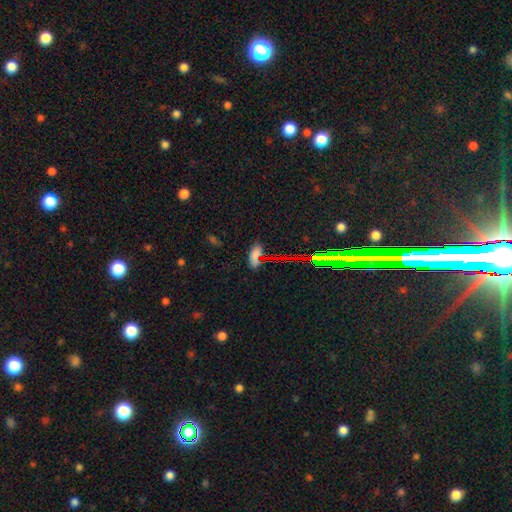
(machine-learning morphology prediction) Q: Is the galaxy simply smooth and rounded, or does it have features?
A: smooth — 62%.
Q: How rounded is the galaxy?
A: in between — 79%.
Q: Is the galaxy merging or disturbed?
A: none — 71%.